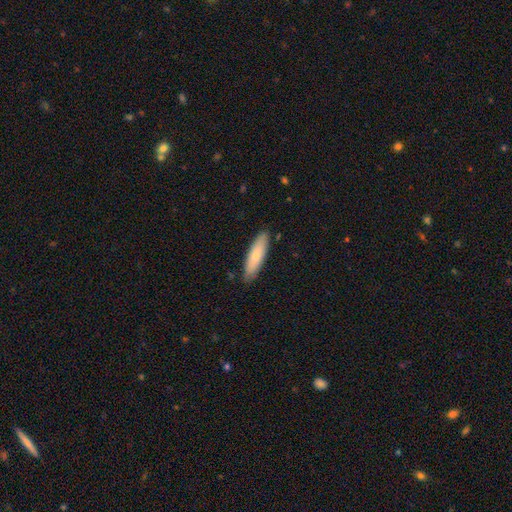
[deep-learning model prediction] This appears to be a smooth galaxy with no disk features (73%) that is cigar-shaped (62%). Merging: none (87%).